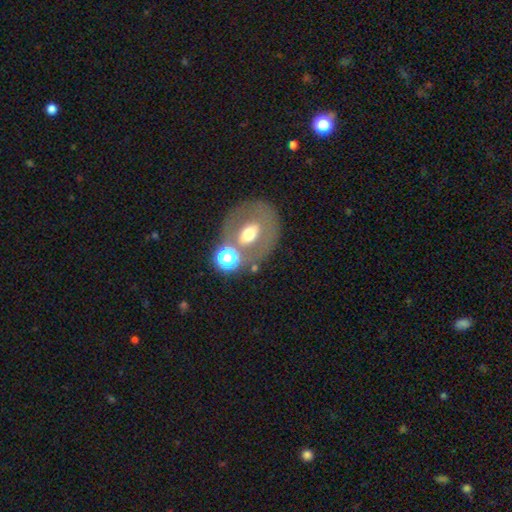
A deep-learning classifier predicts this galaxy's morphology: Smooth or featured?
  - featured or disk: 50% *
  - smooth: 35%
  - star or artifact: 16%
Merging?
  - none: 62% *
  - merger: 16%
  - minor disturbance: 14%
  - major disturbance: 8%